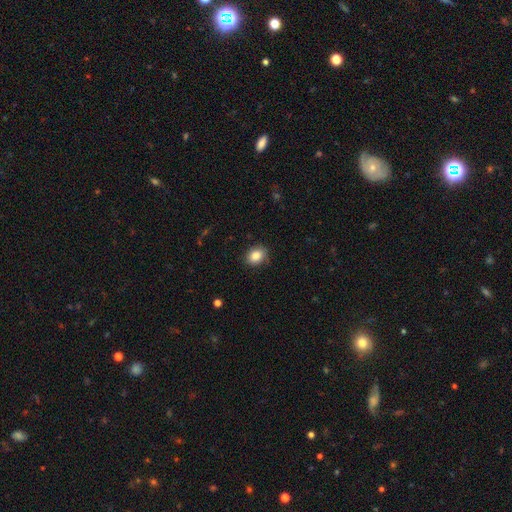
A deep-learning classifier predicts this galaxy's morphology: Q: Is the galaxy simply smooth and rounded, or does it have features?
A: smooth — 86%.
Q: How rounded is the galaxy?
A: in between — 56%.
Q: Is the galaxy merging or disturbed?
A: none — 83%.